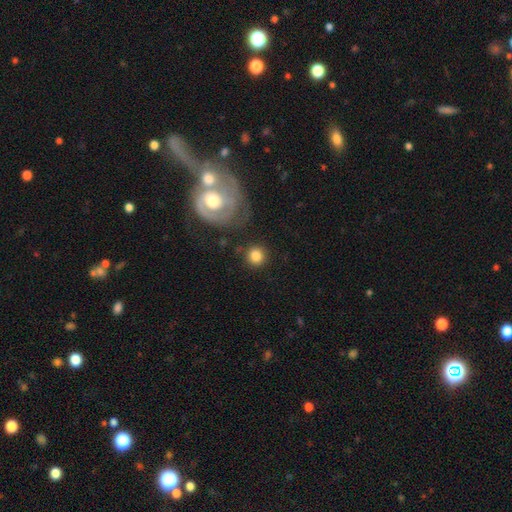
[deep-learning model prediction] Morphology: type=smooth (82%); roundness=round (91%); merging=none (83%).